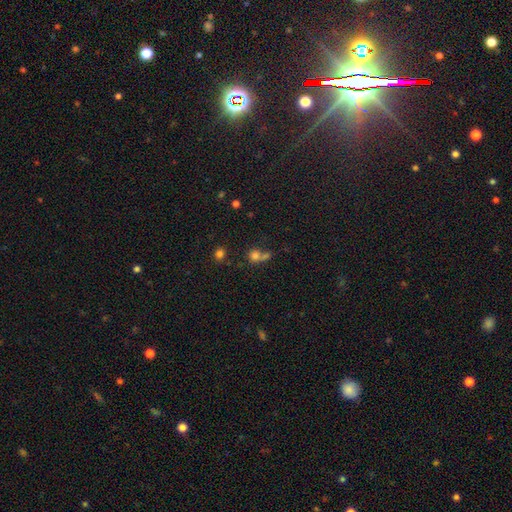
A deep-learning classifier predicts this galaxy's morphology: Smooth or featured? smooth (74%)
How rounded? round (79%)
Merging? merger (43%)